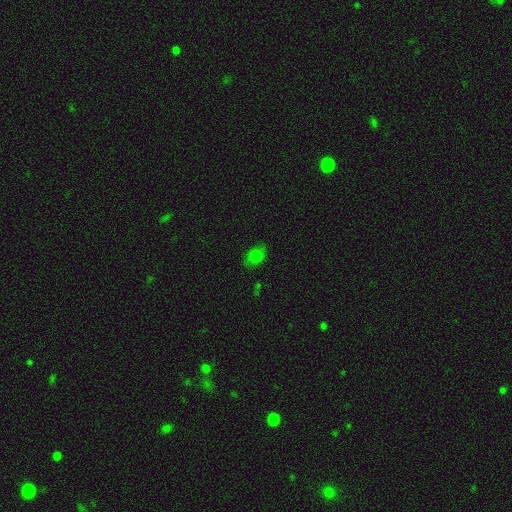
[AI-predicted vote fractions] A smooth galaxy with no disk features (76%) that is in between round and cigar-shaped (73%). Merging: none (73%).